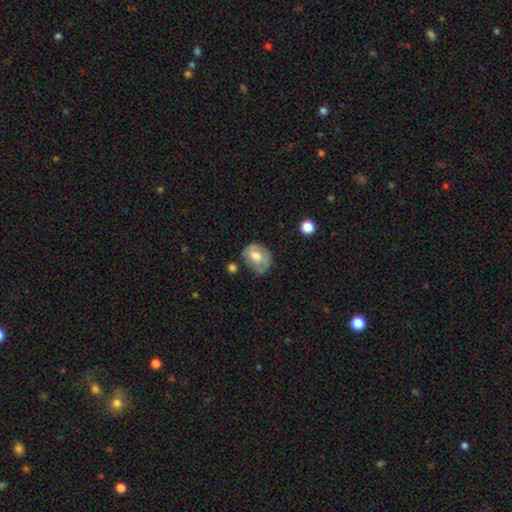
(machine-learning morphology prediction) smooth-or-featured: smooth: 62% | featured or disk: 31% | star or artifact: 7%
  how-rounded: in between: 51% | round: 48% | cigar-shaped: 1%
  merging: none: 50% | minor disturbance: 33% | major disturbance: 12% | merger: 5%